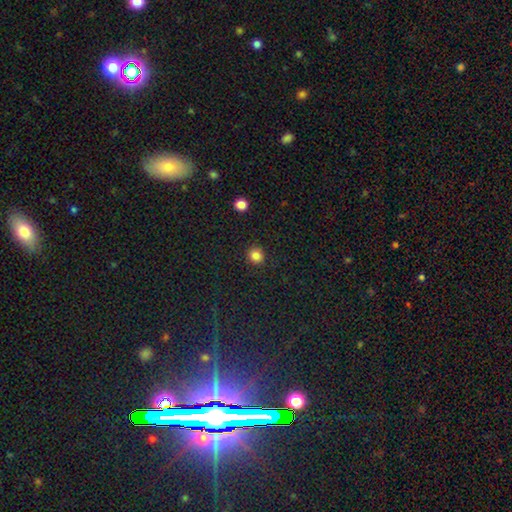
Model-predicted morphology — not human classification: This is clearly a smooth galaxy (85%). How rounded: clearly round (91%). Merging: clearly none (90%).